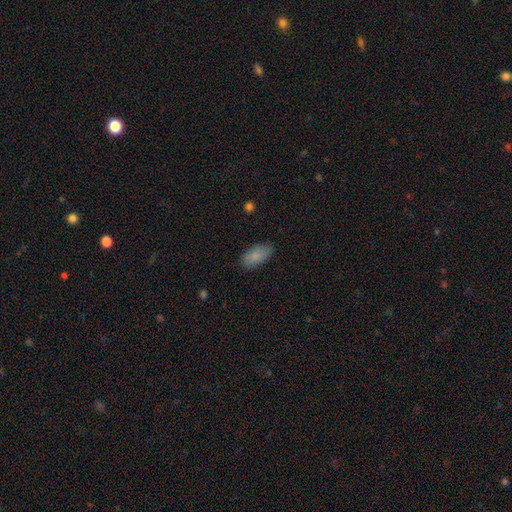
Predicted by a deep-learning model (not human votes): Smooth or featured? Predicted: smooth (p=0.86). How rounded? Predicted: in between (p=0.93). Merging? Predicted: none (p=0.84).